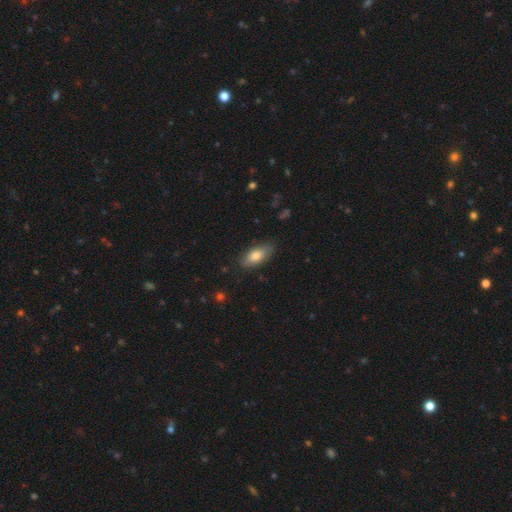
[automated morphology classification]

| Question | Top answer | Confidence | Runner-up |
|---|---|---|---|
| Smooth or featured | smooth | 77% | featured or disk (16%) |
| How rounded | in between | 85% | cigar-shaped (12%) |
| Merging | none | 81% | minor disturbance (15%) |